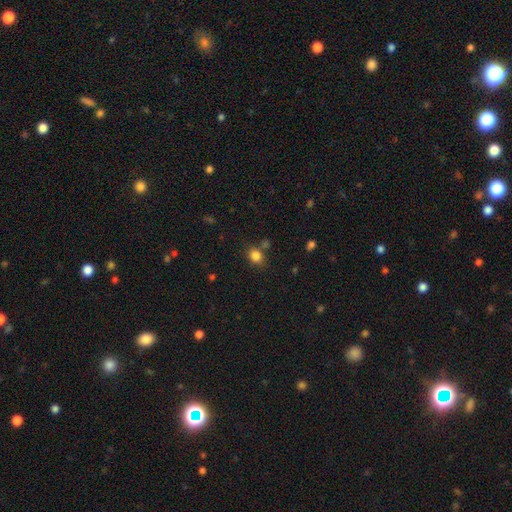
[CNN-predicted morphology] Smooth or featured? smooth (83%)
How rounded? round (58%)
Merging? none (74%)